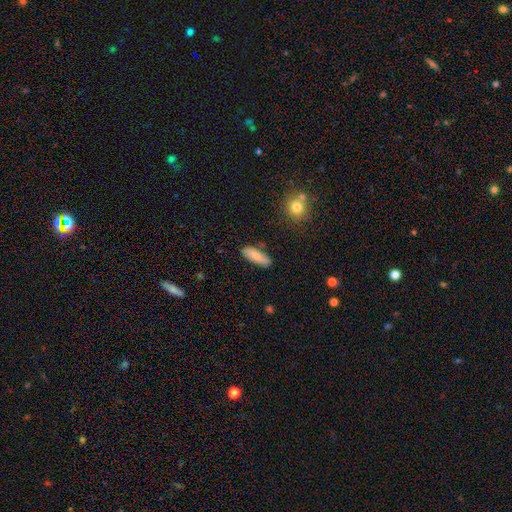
smooth_or_featured: smooth (p=0.82) [alt: star or artifact p=0.10]
how_rounded: in between (p=0.53) [alt: cigar-shaped p=0.41]
merging: none (p=0.89) [alt: minor disturbance p=0.09]